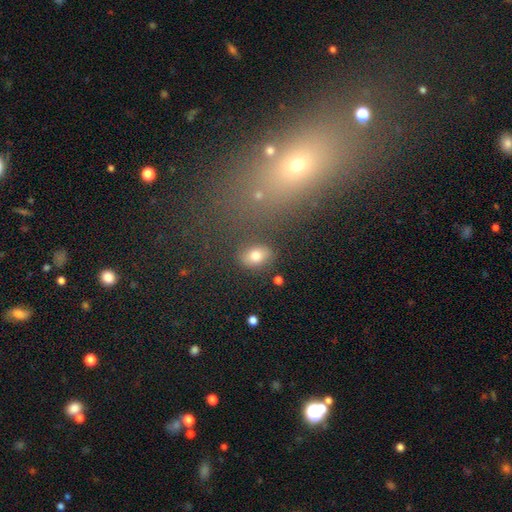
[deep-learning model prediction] Smooth or featured: smooth — 75% (featured or disk — 13%)
How rounded: in between — 81% (round — 17%)
Merging: none — 80% (minor disturbance — 12%)